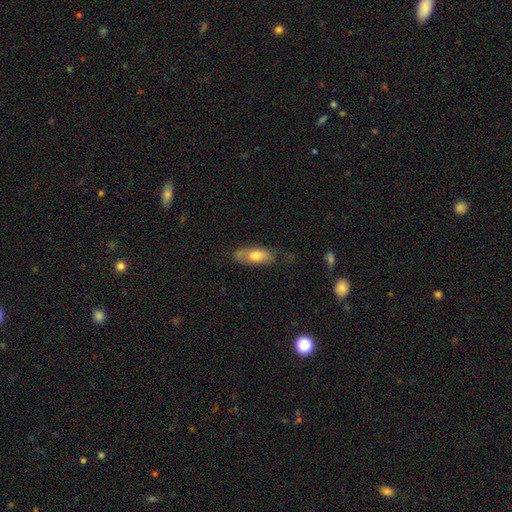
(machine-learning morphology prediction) Q: Smooth or featured?
A: smooth (68%); runner-up: featured or disk (26%)
Q: How rounded?
A: in between (75%); runner-up: cigar-shaped (22%)
Q: Merging?
A: none (61%); runner-up: minor disturbance (27%)